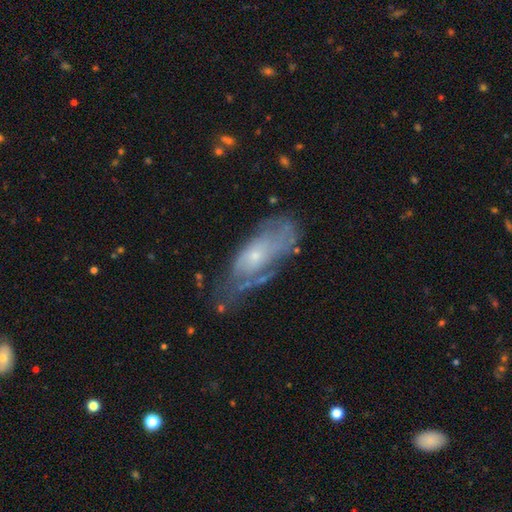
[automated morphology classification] Smooth or featured: featured or disk — 64% (smooth — 28%)
Edge-on disk: no — 87% (yes — 13%)
Bar: no — 79% (weak — 18%)
Spiral arms: yes — 63% (no — 37%)
Bulge size: small — 70% (moderate — 23%)
Merging: none — 44% (minor disturbance — 29%)